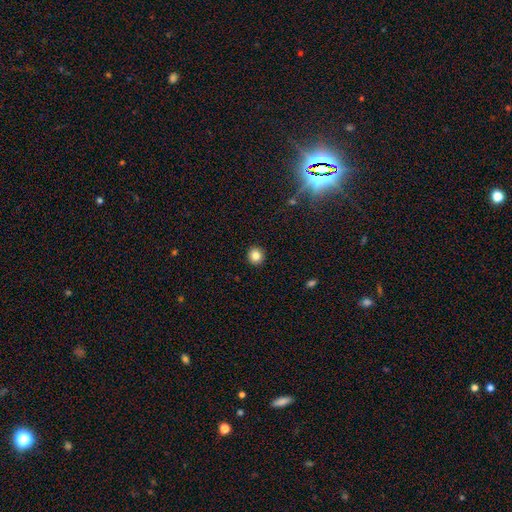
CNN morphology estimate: Smooth or featured? smooth (83%)
How rounded? round (90%)
Merging? none (93%)